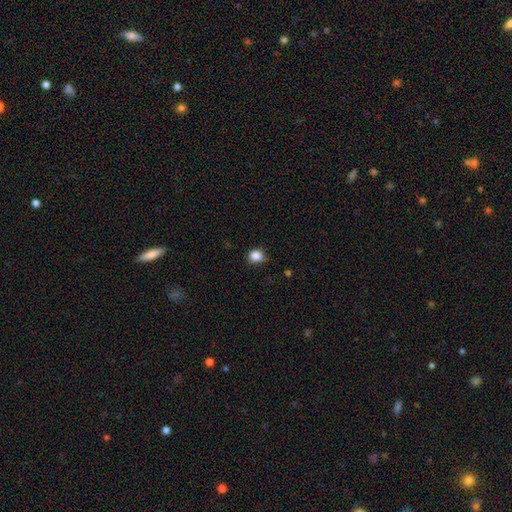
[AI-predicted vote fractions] smooth_or_featured: smooth (p=0.85) [alt: star or artifact p=0.11]
how_rounded: round (p=0.74) [alt: in between p=0.25]
merging: none (p=0.68) [alt: minor disturbance p=0.26]